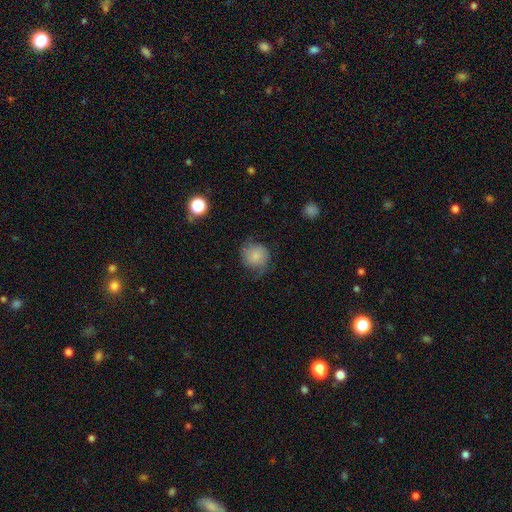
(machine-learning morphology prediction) Smooth or featured? smooth (74%)
How rounded? round (86%)
Merging? none (62%)